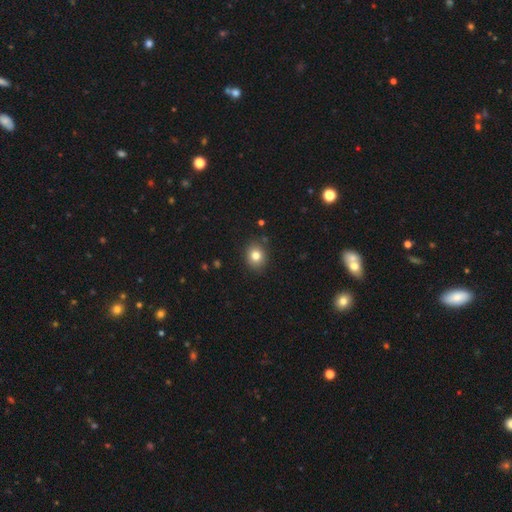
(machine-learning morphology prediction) smooth_or_featured: smooth (p=0.81) [alt: star or artifact p=0.11]
how_rounded: round (p=0.69) [alt: in between p=0.30]
merging: none (p=0.88) [alt: minor disturbance p=0.08]